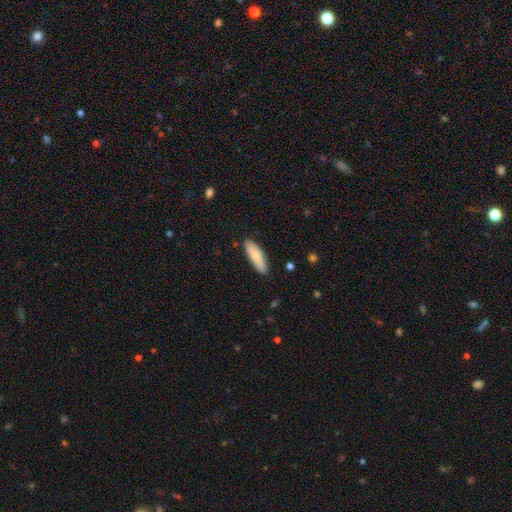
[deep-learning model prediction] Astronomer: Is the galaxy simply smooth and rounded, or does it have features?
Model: smooth — 78%.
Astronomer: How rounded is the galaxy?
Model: in between — 50% (runner-up: cigar-shaped, 49%).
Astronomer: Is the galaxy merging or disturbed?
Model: none — 86%.